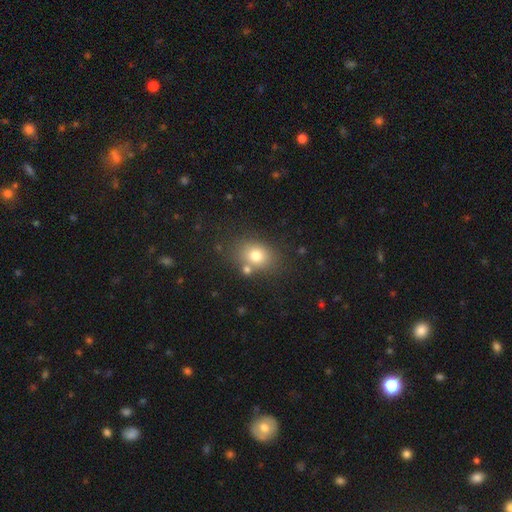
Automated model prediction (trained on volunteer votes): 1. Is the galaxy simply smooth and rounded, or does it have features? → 76% smooth, 12% star or artifact, 12% featured or disk.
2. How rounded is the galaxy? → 53% in between, 46% round, 1% cigar-shaped.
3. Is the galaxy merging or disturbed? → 69% none, 14% merger, 13% minor disturbance, 5% major disturbance.